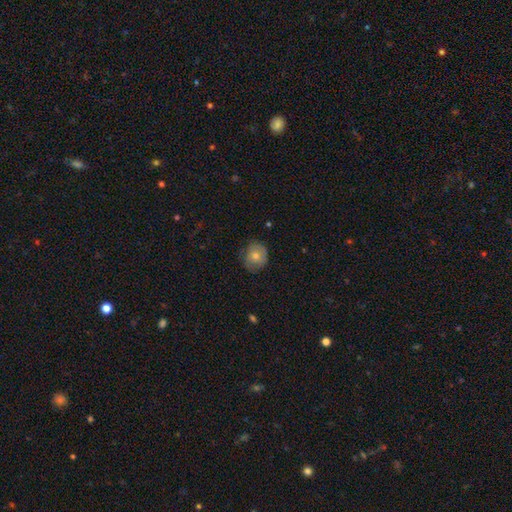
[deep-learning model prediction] smooth 64%, featured or disk 28%, star or artifact 8%. Down the decision tree: how rounded — round (76%); merging — none (71%).